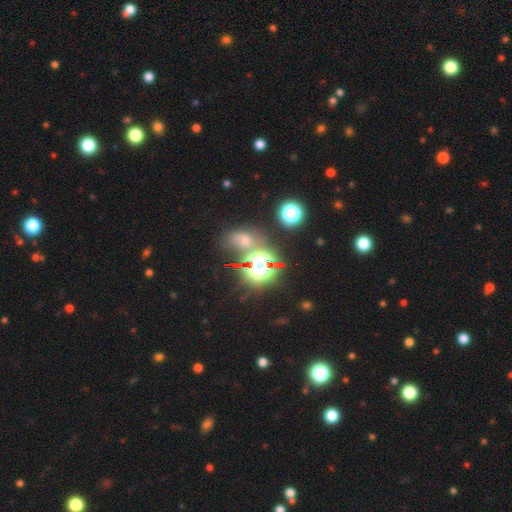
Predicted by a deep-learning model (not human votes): A star or artifact, not a galaxy (72%).

Vote fractions:
- Smooth or featured? star or artifact: 72% / smooth: 20% / featured or disk: 8%